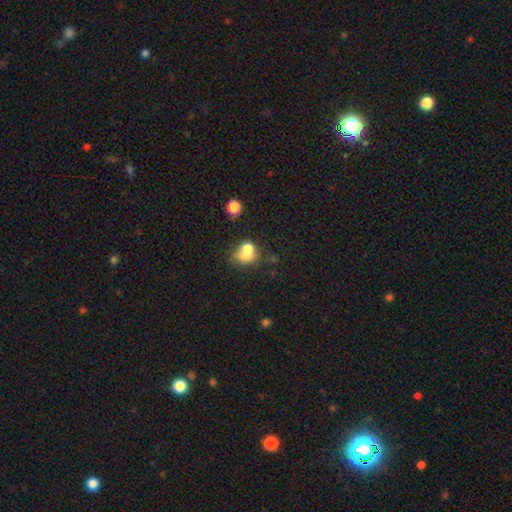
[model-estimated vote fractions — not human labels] The model was most divided on "merging": none: 48%, merger: 27%, minor disturbance: 16%, major disturbance: 9%. More confident: how rounded — round (67%); smooth or featured — smooth (64%).